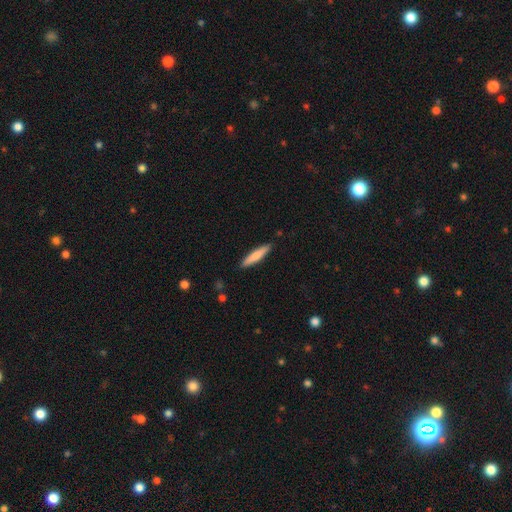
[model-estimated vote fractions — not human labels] A smooth galaxy with no disk features (72%) that is cigar-shaped (88%).

Vote fractions:
- Smooth or featured? smooth: 72% / featured or disk: 23% / star or artifact: 5%
- How rounded? cigar-shaped: 88% / in between: 11% / round: 1%
- Merging? none: 90% / minor disturbance: 8% / major disturbance: 2% / merger: 1%